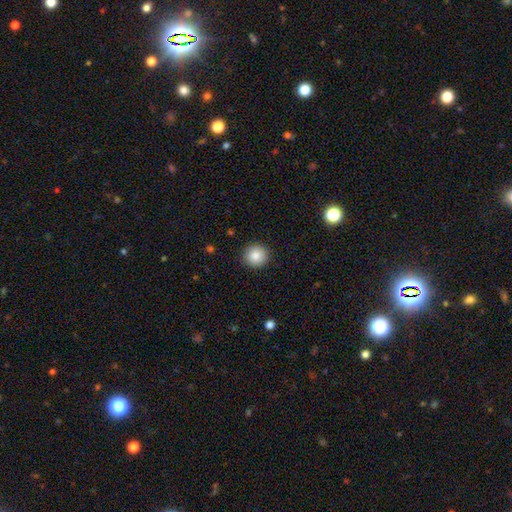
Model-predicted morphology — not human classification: Smooth or featured? smooth (85%)
How rounded? round (93%)
Merging? none (91%)